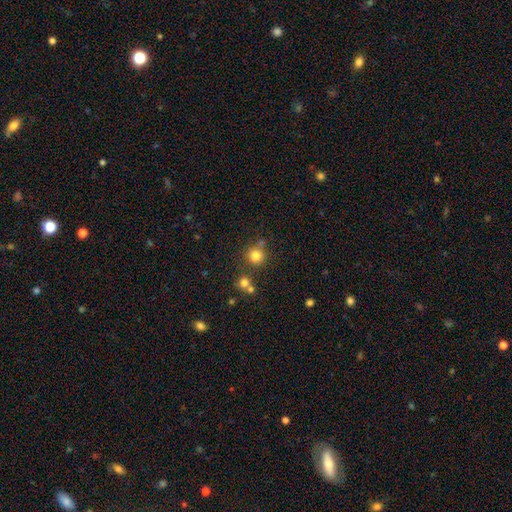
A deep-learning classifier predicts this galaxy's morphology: smooth 80%, star or artifact 13%, featured or disk 7%. Down the decision tree: how rounded — round (92%); merging — none (73%).